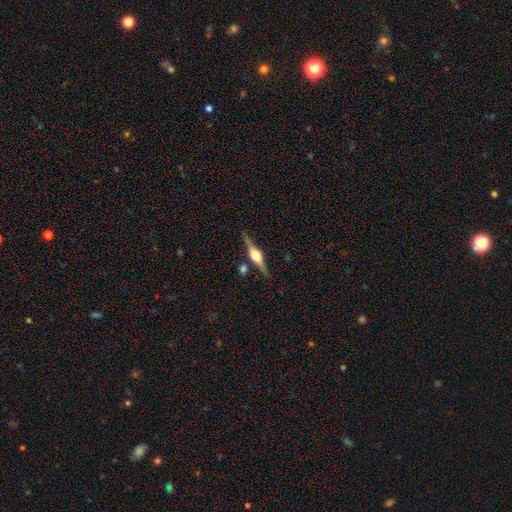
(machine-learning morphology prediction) smooth-or-featured: featured or disk: 83% | smooth: 11% | star or artifact: 6%
  disk-edge-on: yes: 98% | no: 2%
    edge-on-bulge: rounded: 93% | boxy: 5% | none: 1%
  merging: none: 84% | minor disturbance: 9% | merger: 4% | major disturbance: 2%